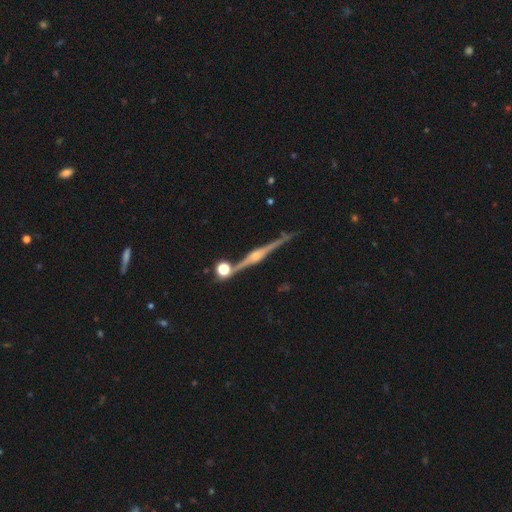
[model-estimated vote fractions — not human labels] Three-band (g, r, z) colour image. It shows a featured or disk galaxy (87%) viewed edge-on (98%) with a rounded central bulge (88%). Merging: none (84%).